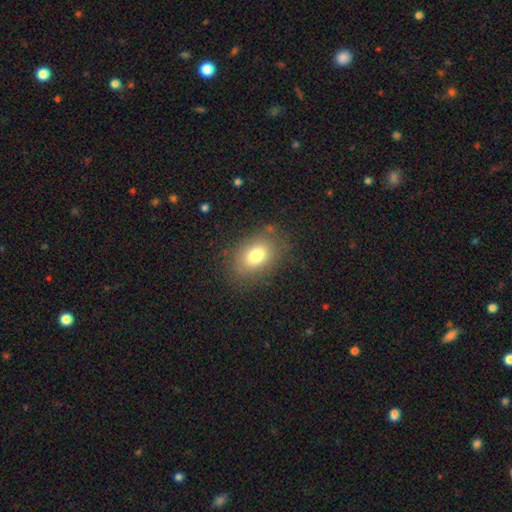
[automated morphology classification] This appears to be a smooth galaxy with no disk features (77%) that is in between round and cigar-shaped (80%). Merging: none (81%).